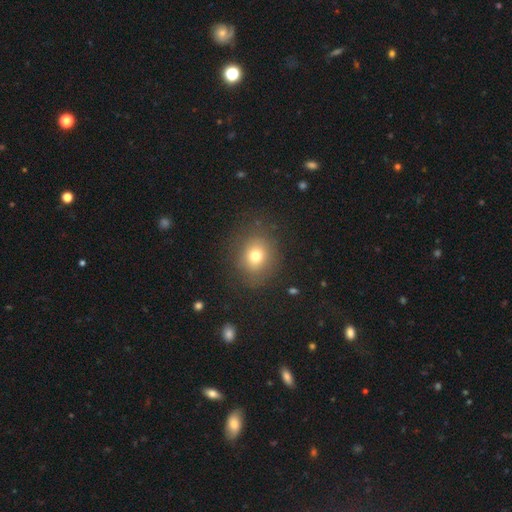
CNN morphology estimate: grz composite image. It shows a smooth galaxy with no disk features (74%) that is round (68%). Merging: none (82%).